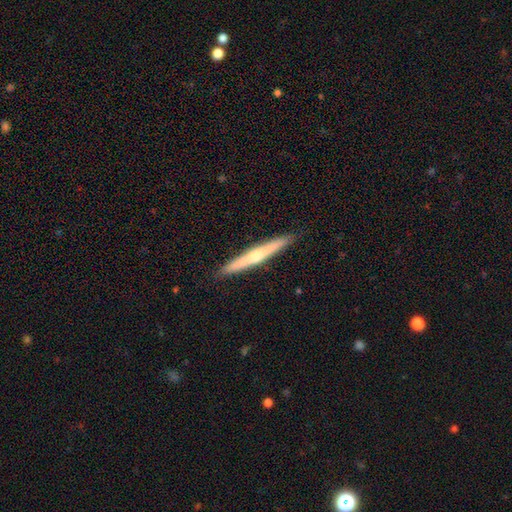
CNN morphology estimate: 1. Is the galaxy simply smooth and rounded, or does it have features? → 57% featured or disk, 37% smooth, 5% star or artifact.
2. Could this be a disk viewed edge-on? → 97% yes, 3% no.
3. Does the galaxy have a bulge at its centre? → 73% rounded, 23% none, 4% boxy.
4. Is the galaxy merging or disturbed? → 92% none, 6% minor disturbance, 1% major disturbance, 1% merger.